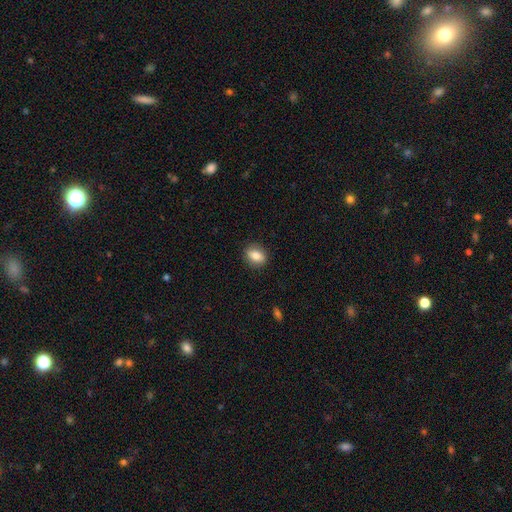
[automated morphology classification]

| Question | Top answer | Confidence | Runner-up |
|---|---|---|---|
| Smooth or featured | smooth | 82% | featured or disk (10%) |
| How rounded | in between | 71% | round (27%) |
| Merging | none | 87% | minor disturbance (10%) |